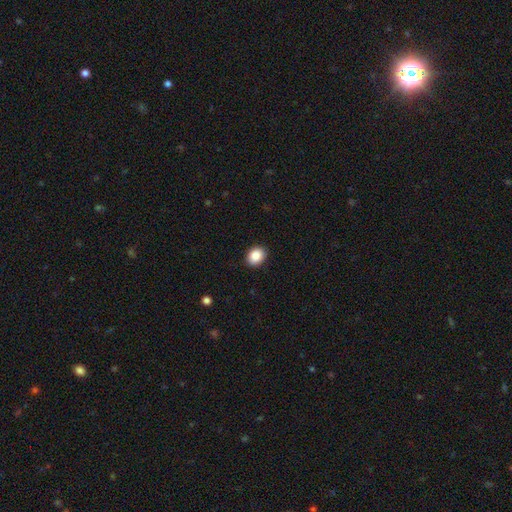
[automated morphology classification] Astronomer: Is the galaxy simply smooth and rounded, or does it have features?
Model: smooth — 88%.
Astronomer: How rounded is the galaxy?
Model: in between — 55% (runner-up: round, 45%).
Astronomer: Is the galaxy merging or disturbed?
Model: none — 90%.